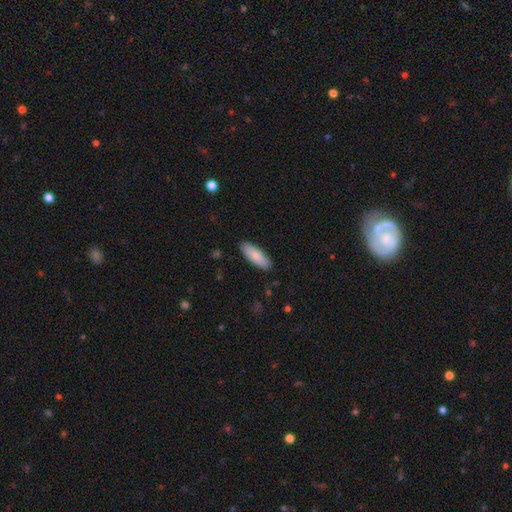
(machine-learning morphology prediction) Q: Smooth or featured?
A: smooth (83%); runner-up: featured or disk (12%)
Q: How rounded?
A: in between (69%); runner-up: cigar-shaped (29%)
Q: Merging?
A: none (88%); runner-up: minor disturbance (9%)